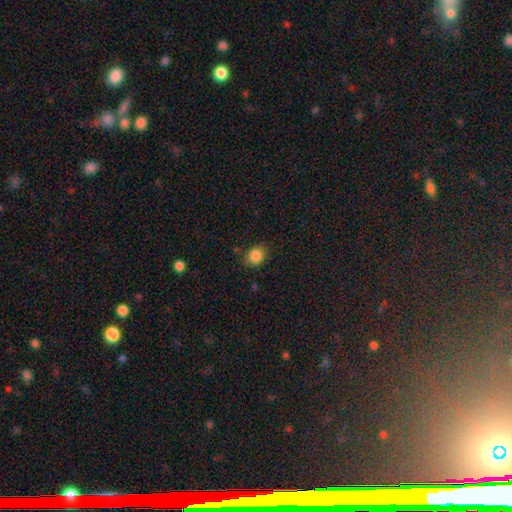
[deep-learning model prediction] Overall: smooth (86%). How rounded: round (61%; in between 38%). Merging: none (78%).